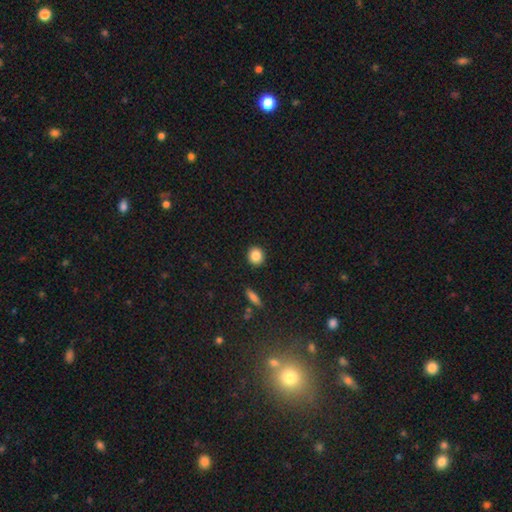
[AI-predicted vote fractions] This is clearly a smooth galaxy (86%). How rounded: clearly round (85%). Merging: clearly none (91%).